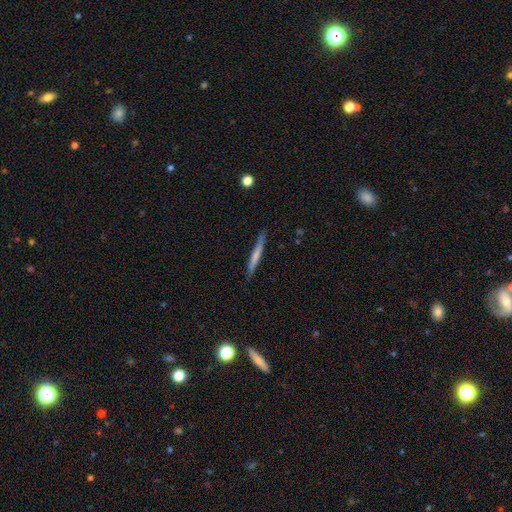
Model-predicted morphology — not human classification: A smooth galaxy with no disk features (59%) that is cigar-shaped (96%).

Vote fractions:
- Smooth or featured? smooth: 59% / featured or disk: 35% / star or artifact: 6%
- How rounded? cigar-shaped: 96% / in between: 3% / round: 1%
- Merging? none: 87% / minor disturbance: 10% / major disturbance: 2% / merger: 1%